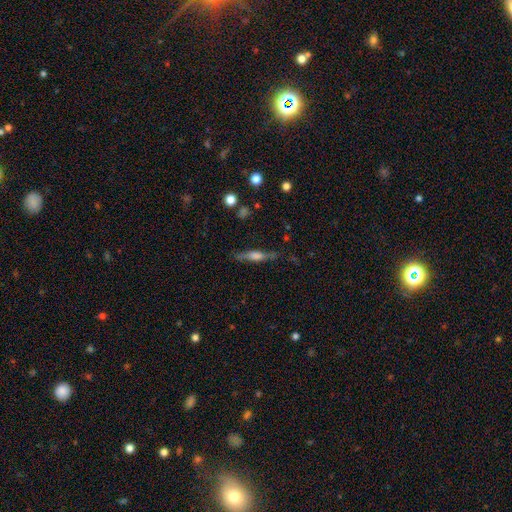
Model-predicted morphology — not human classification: This is possibly a featured or disk galaxy (58%). It is clearly viewed edge-on (92%). Edge-on bulge: possibly rounded (59%). Merging: likely none (77%).